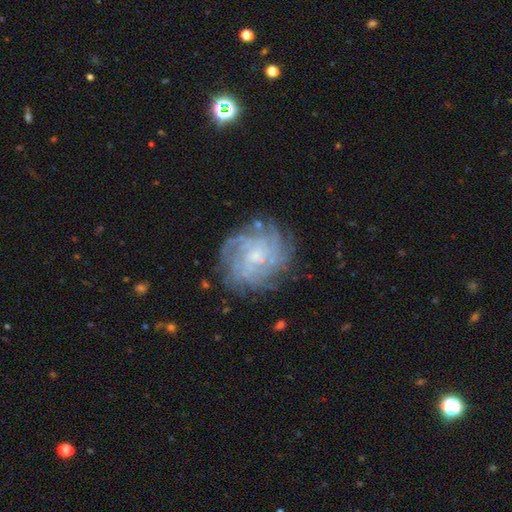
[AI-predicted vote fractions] smooth-or-featured: featured or disk: 77% | smooth: 13% | star or artifact: 10%
  disk-edge-on: no: 97% | yes: 3%
    bar: no: 66% | weak: 29% | strong: 5%
    has-spiral-arms: yes: 92% | no: 8%
      spiral-winding: tight: 62% | medium: 28% | loose: 10%
      spiral-arm-count: can't tell: 38% | more than 4: 21% | 4: 19% | 3: 9% | 2: 7% | 1: 6%
    bulge-size: small: 57% | moderate: 30% | none: 9% | large: 3% | dominant: 1%
  merging: none: 77% | minor disturbance: 14% | major disturbance: 7% | merger: 2%